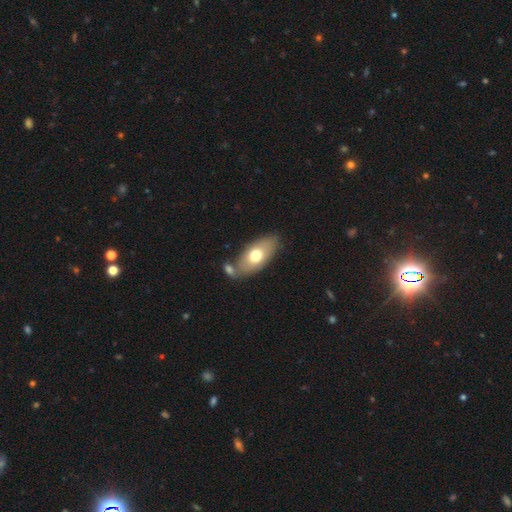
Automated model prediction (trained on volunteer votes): Q: Smooth or featured?
A: smooth (66%); runner-up: featured or disk (28%)
Q: How rounded?
A: in between (89%); runner-up: cigar-shaped (7%)
Q: Merging?
A: none (59%); runner-up: merger (23%)